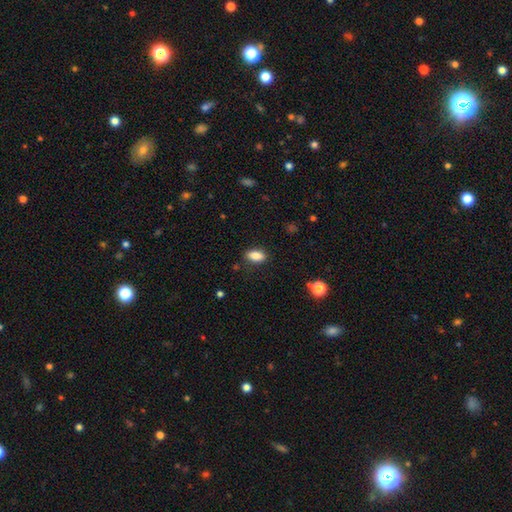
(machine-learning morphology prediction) smooth 86%, star or artifact 8%, featured or disk 6%. Down the decision tree: how rounded — in between (88%); merging — none (84%).